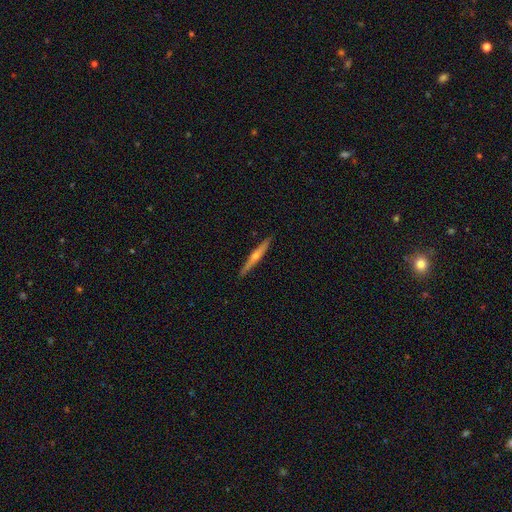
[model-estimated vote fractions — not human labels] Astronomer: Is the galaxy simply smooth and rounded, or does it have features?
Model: featured or disk — 71%.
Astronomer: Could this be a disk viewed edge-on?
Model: yes — 98%.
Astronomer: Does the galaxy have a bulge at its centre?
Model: rounded — 85%.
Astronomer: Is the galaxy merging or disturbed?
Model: none — 92%.